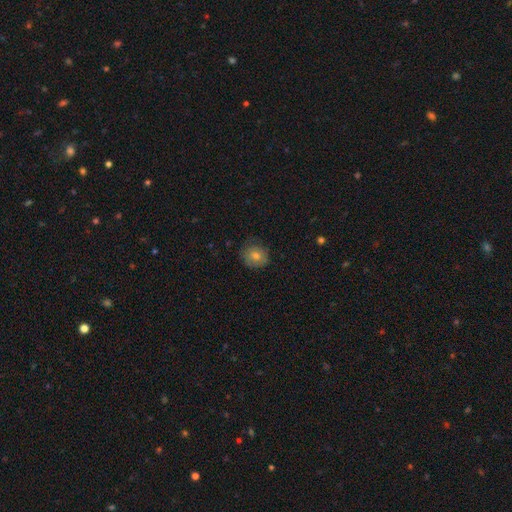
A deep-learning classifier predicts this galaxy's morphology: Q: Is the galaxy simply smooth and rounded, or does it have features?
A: smooth — 69%.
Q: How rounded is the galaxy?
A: round — 89%.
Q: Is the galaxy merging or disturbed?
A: none — 82%.